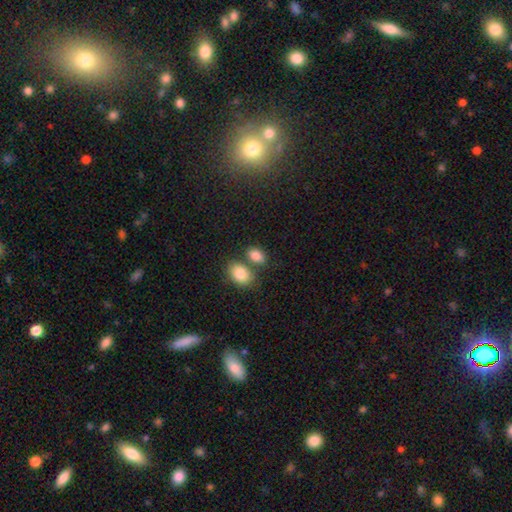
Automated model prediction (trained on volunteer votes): smooth_or_featured: smooth (p=0.84) [alt: star or artifact p=0.08]
how_rounded: in between (p=0.83) [alt: round p=0.15]
merging: none (p=0.53) [alt: merger p=0.32]